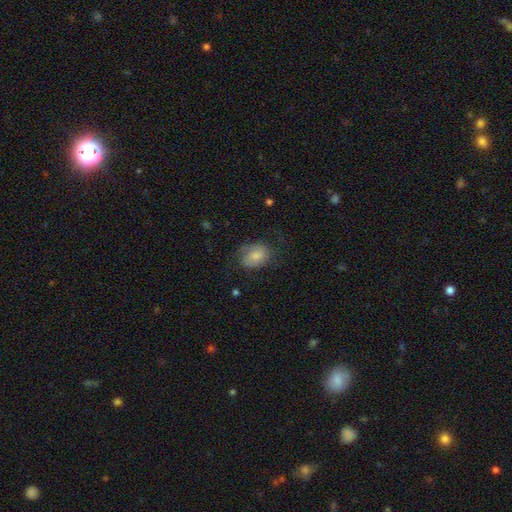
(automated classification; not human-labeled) smooth_or_featured: smooth (p=0.71) [alt: featured or disk p=0.21]
how_rounded: in between (p=0.64) [alt: round p=0.35]
merging: none (p=0.56) [alt: minor disturbance p=0.26]